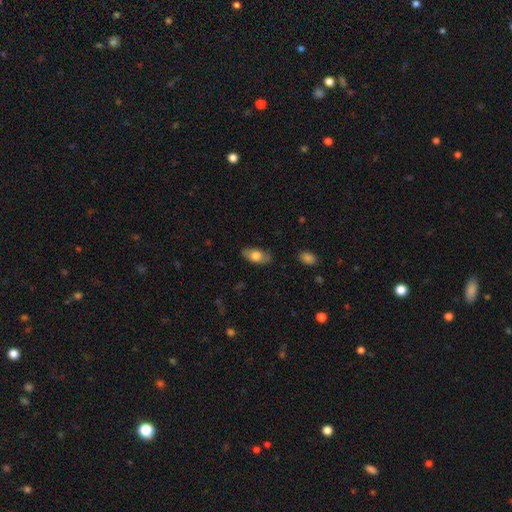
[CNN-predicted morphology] A smooth galaxy with no disk features (68%) that is in between round and cigar-shaped (90%). Merging: none (80%).